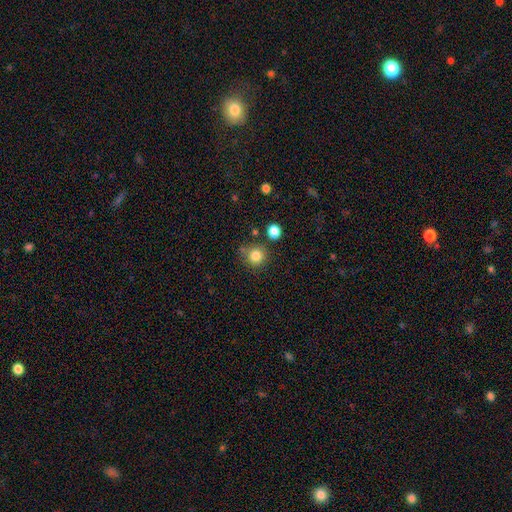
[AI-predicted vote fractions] This is clearly a smooth galaxy (83%). How rounded: clearly round (92%). Merging: likely none (75%).